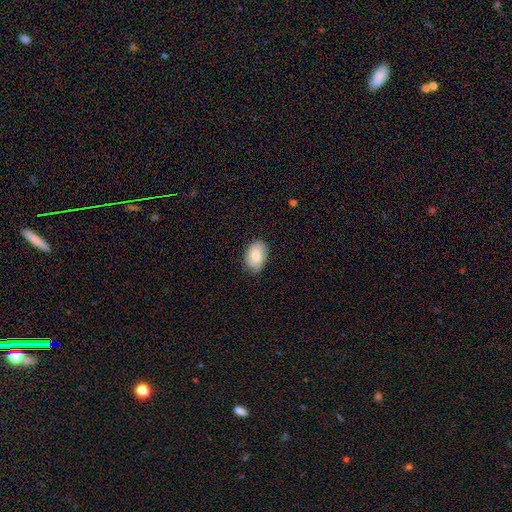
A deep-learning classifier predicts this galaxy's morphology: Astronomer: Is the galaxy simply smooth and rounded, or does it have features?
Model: smooth — 64%.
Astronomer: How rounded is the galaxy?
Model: in between — 85%.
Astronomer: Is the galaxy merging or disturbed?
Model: none — 79%.